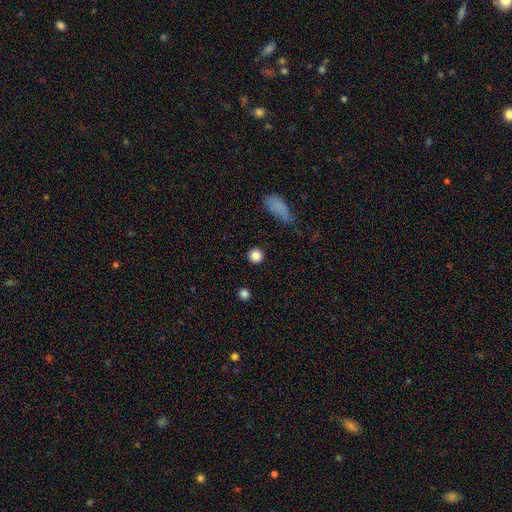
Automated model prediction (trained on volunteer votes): Smooth or featured? smooth (85%)
How rounded? round (94%)
Merging? none (89%)